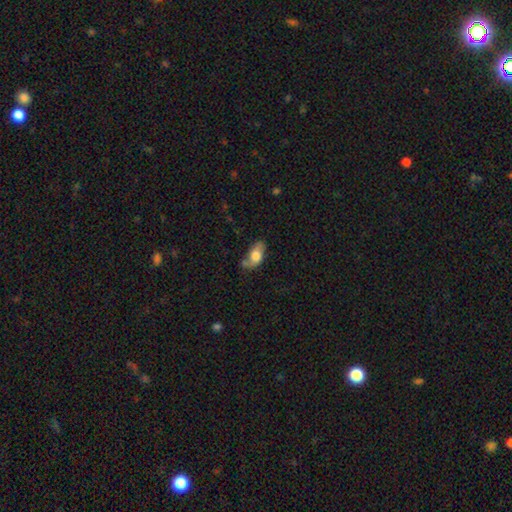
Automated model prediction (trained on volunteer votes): smooth 62%, featured or disk 30%, star or artifact 8%. Down the decision tree: how rounded — in between (87%); merging — none (52%).